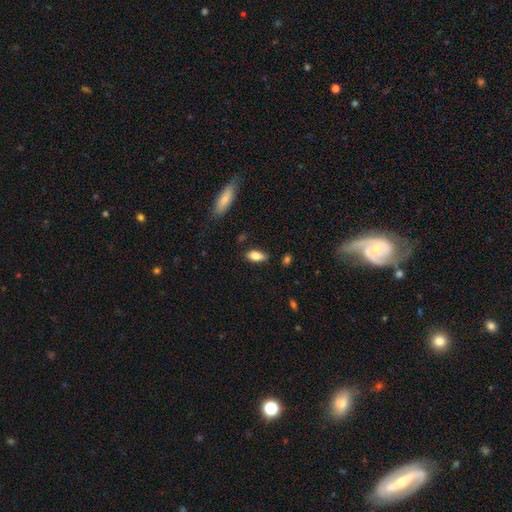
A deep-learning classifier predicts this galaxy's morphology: Smooth or featured? smooth (77%)
How rounded? in between (84%)
Merging? none (80%)